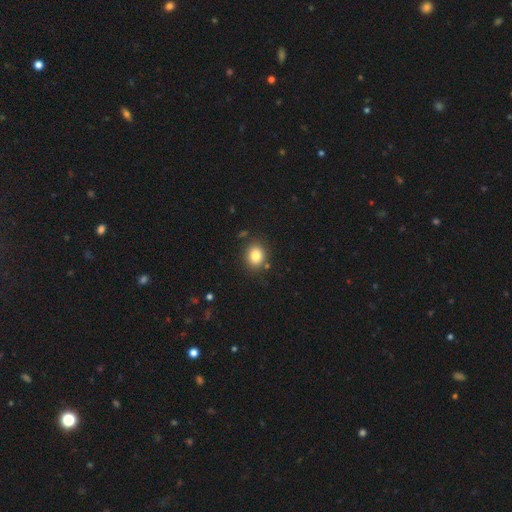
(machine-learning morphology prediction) A smooth galaxy with no disk features (82%) that is round (60%).

Vote fractions:
- Smooth or featured? smooth: 82% / star or artifact: 11% / featured or disk: 8%
- How rounded? round: 60% / in between: 39% / cigar-shaped: 1%
- Merging? none: 85% / minor disturbance: 9% / merger: 3% / major disturbance: 3%